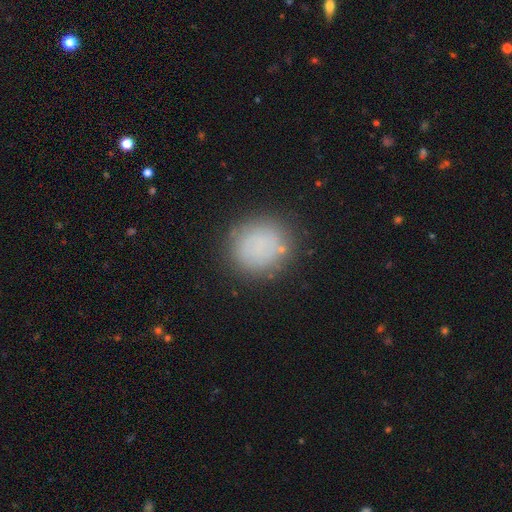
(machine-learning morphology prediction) Smooth or featured? Predicted: smooth (p=0.74). How rounded? Predicted: round (p=0.84). Merging? Predicted: none (p=0.79).